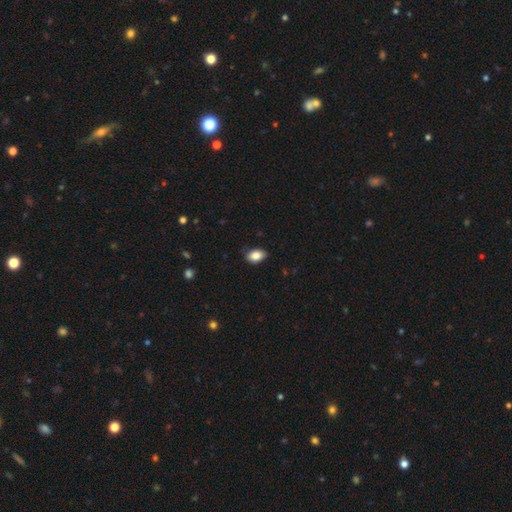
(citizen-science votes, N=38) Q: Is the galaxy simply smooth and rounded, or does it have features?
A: smooth — 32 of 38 (84%).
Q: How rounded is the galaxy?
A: in between — 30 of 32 (94%).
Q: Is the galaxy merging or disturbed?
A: none — 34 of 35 (97%).